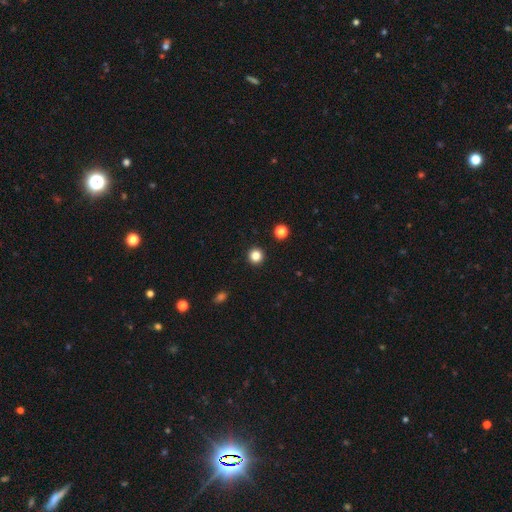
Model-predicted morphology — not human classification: smooth_or_featured: smooth (p=0.84) [alt: star or artifact p=0.12]
how_rounded: round (p=0.96) [alt: in between p=0.03]
merging: none (p=0.94) [alt: minor disturbance p=0.04]